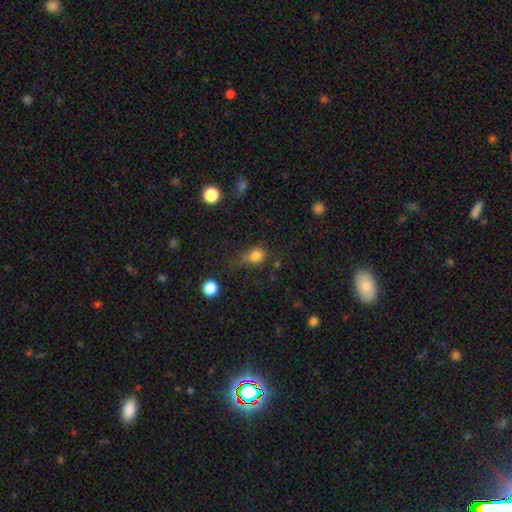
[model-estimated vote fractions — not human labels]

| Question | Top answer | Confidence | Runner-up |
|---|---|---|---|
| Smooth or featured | smooth | 78% | star or artifact (14%) |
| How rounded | round | 70% | in between (28%) |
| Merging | none | 49% | minor disturbance (27%) |